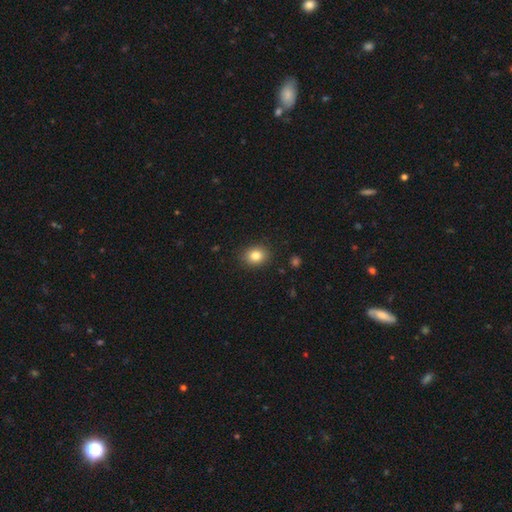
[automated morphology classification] Smooth or featured: smooth — 83% (star or artifact — 10%)
How rounded: round — 60% (in between — 39%)
Merging: none — 88% (minor disturbance — 9%)